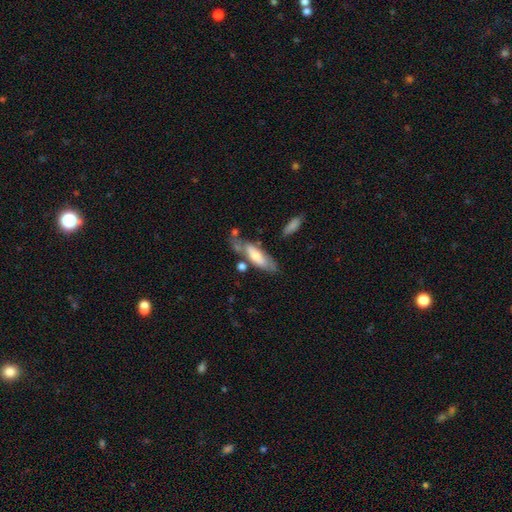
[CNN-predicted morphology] This is possibly a smooth galaxy (54%). How rounded: possibly in between (52%). Merging: possibly none (52%).